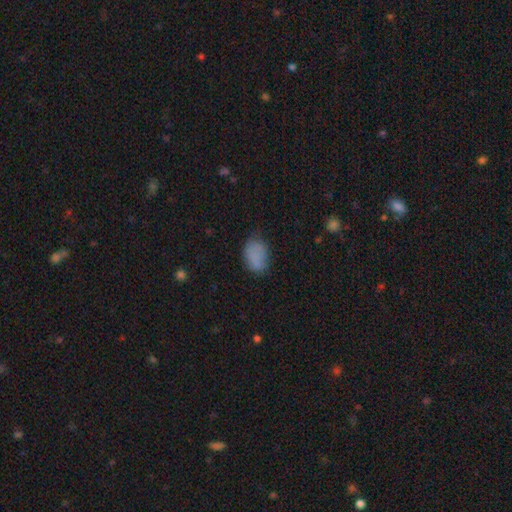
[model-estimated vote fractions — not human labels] Overall: smooth (81%). How rounded: in between (84%). Merging: none (64%; minor disturbance 26%).